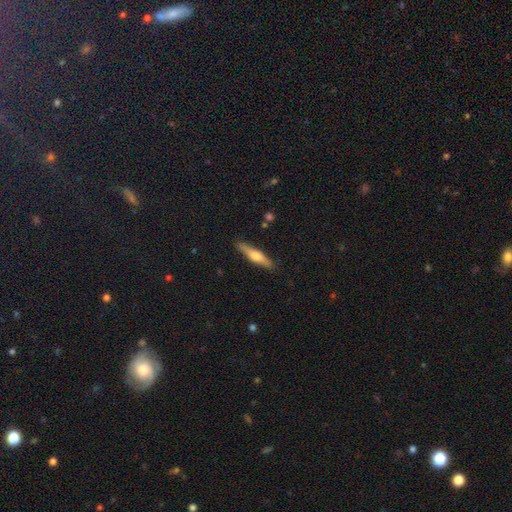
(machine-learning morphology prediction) Smooth or featured? Predicted: featured or disk (p=0.51). Edge-on disk? Predicted: yes (p=0.95). Merging? Predicted: none (p=0.88).